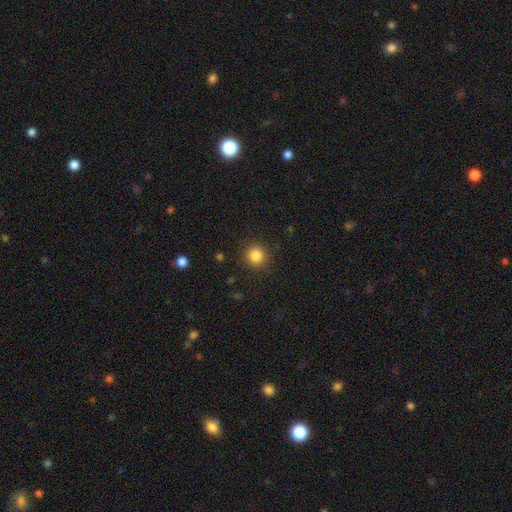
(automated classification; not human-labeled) Smooth or featured?
  - smooth: 85% *
  - star or artifact: 11%
  - featured or disk: 4%
How rounded?
  - round: 93% *
  - in between: 6%
  - cigar-shaped: 1%
Merging?
  - none: 90% *
  - minor disturbance: 6%
  - major disturbance: 3%
  - merger: 1%